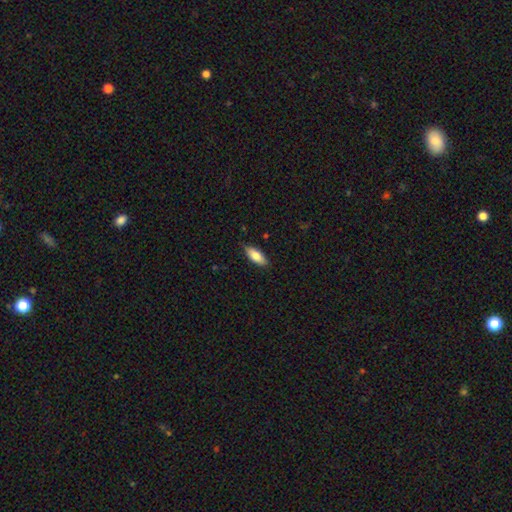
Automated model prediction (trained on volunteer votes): This is likely a smooth galaxy (78%). How rounded: likely in between (76%). Merging: clearly none (84%).